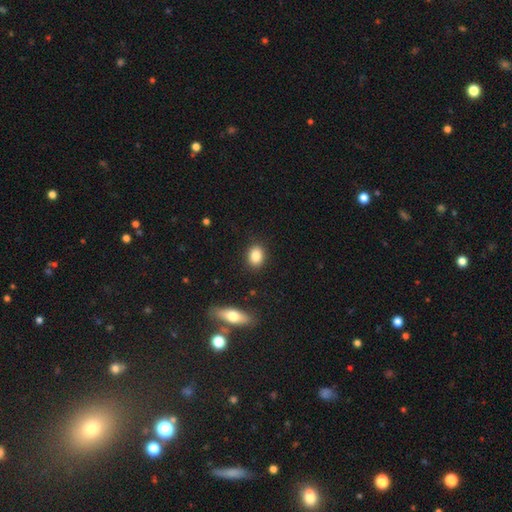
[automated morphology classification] type=smooth (86%); roundness=in between (62%); merging=none (88%).